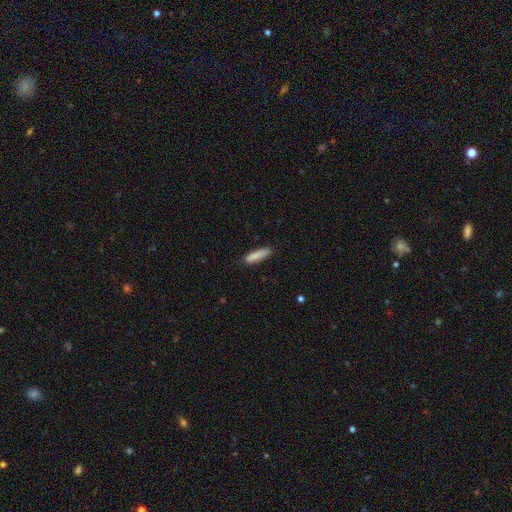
A smooth galaxy with no disk features (92%) that is cigar-shaped (89%). Merging: none (87%).